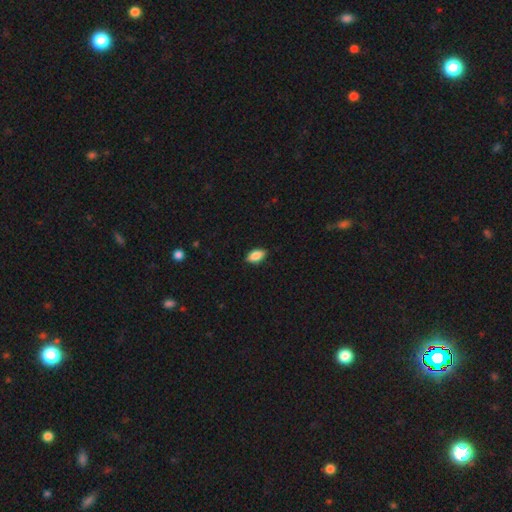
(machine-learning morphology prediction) Smooth or featured: smooth — 86% (star or artifact — 7%)
How rounded: in between — 91% (cigar-shaped — 5%)
Merging: none — 85% (minor disturbance — 12%)